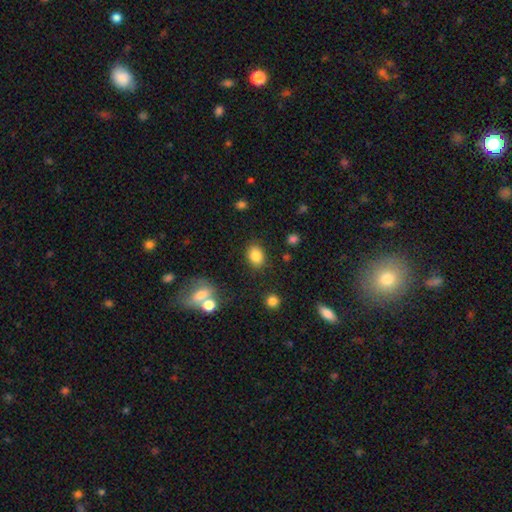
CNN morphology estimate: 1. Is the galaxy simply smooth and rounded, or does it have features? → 83% smooth, 10% star or artifact, 7% featured or disk.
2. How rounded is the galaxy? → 67% in between, 32% round, 1% cigar-shaped.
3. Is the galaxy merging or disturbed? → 83% none, 10% minor disturbance, 3% merger, 3% major disturbance.